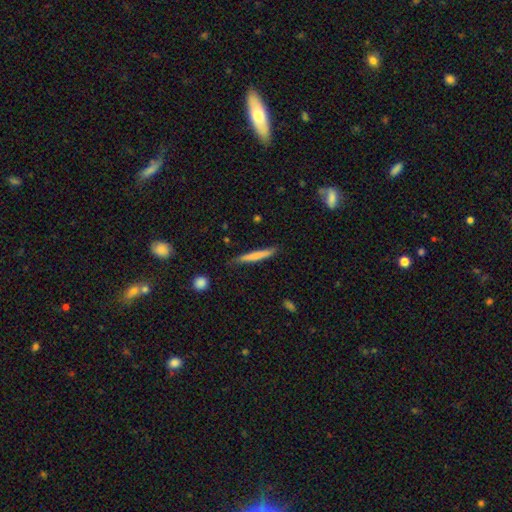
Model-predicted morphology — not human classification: Smooth or featured: smooth — 70% (featured or disk — 25%)
How rounded: cigar-shaped — 95% (in between — 3%)
Merging: none — 81% (minor disturbance — 15%)